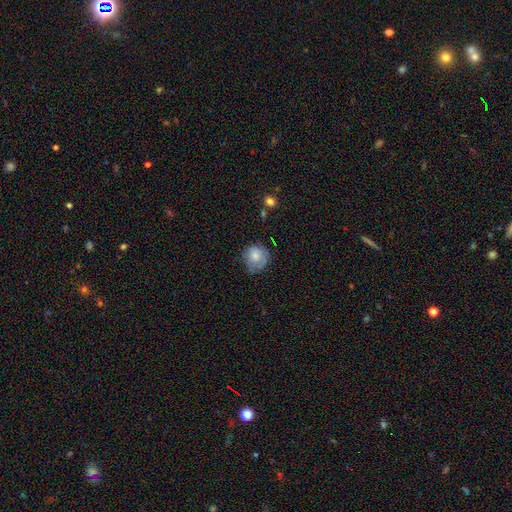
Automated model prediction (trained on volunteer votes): Smooth or featured?
  - smooth: 71% *
  - featured or disk: 21%
  - star or artifact: 8%
How rounded?
  - round: 80% *
  - in between: 19%
  - cigar-shaped: 1%
Merging?
  - none: 56% *
  - minor disturbance: 32%
  - major disturbance: 11%
  - merger: 2%